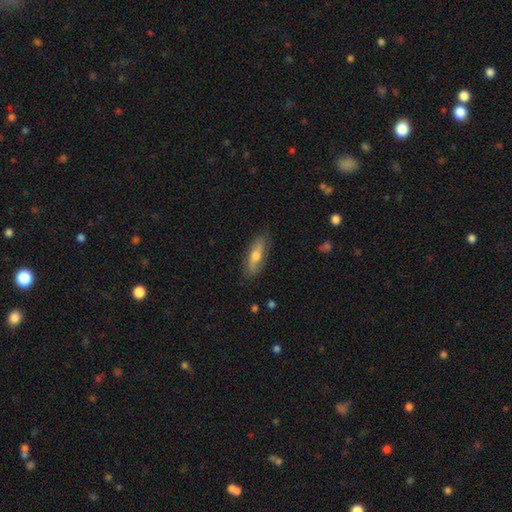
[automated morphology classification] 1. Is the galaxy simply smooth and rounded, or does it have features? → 56% smooth, 38% featured or disk, 6% star or artifact.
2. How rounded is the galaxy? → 50% cigar-shaped, 47% in between, 3% round.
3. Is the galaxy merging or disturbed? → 82% none, 14% minor disturbance, 3% major disturbance, 1% merger.